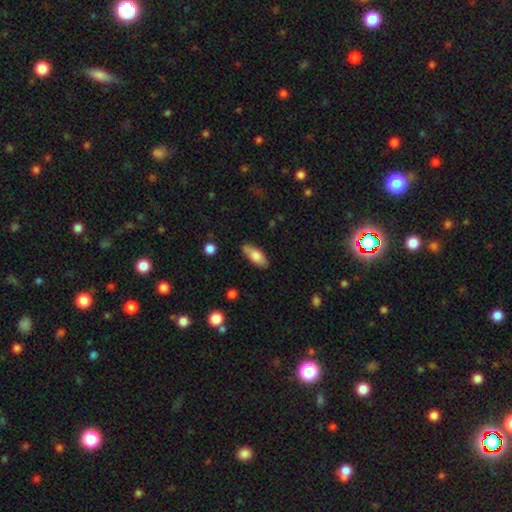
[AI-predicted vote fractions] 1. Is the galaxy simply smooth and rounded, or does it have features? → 74% smooth, 20% featured or disk, 6% star or artifact.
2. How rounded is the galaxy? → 77% in between, 21% cigar-shaped, 2% round.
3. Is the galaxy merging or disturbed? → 78% none, 16% minor disturbance, 3% major disturbance, 3% merger.